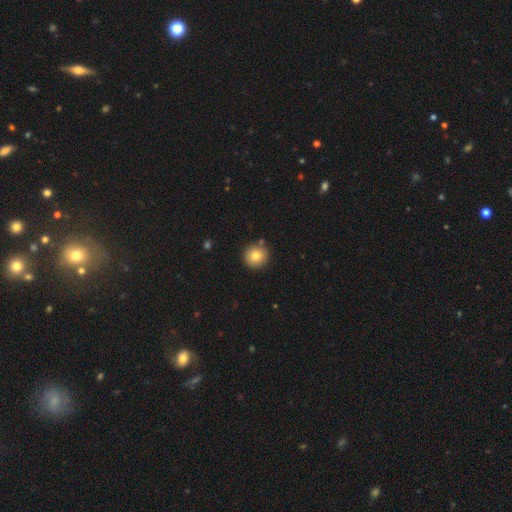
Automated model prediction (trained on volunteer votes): Q: Smooth or featured?
A: smooth (80%); runner-up: star or artifact (10%)
Q: How rounded?
A: round (94%); runner-up: in between (5%)
Q: Merging?
A: none (86%); runner-up: minor disturbance (8%)